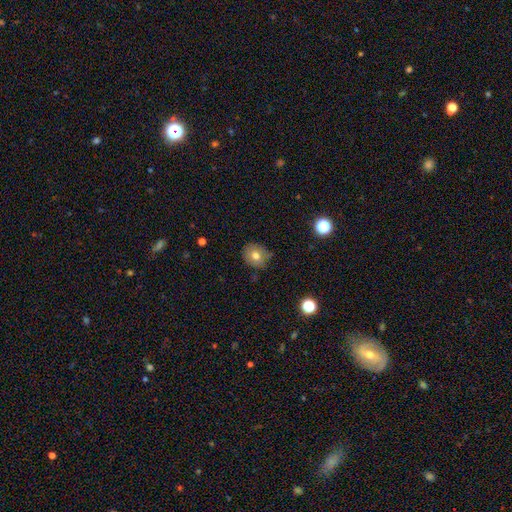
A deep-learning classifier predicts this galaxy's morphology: type=smooth (73%); roundness=round (75%); merging=none (74%).